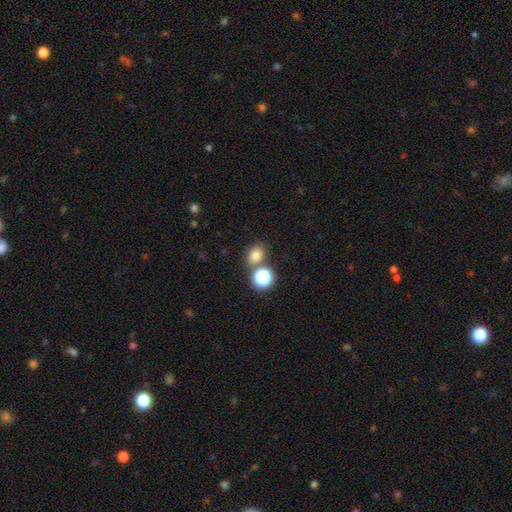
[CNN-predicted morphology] Overall: smooth (75%). How rounded: round (56%; in between 43%). Merging: none (69%).